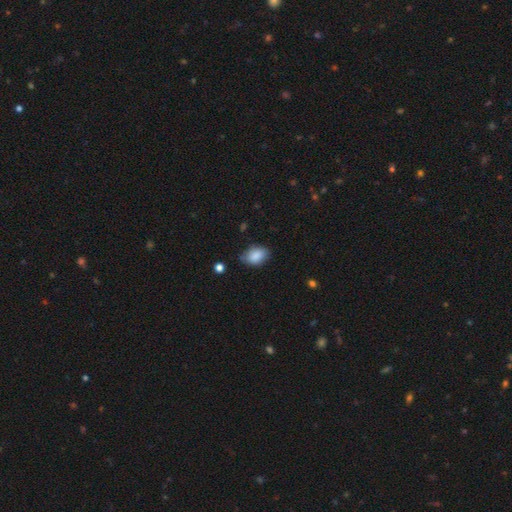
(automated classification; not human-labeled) smooth_or_featured: smooth (p=0.86) [alt: star or artifact p=0.07]
how_rounded: in between (p=0.86) [alt: round p=0.13]
merging: none (p=0.72) [alt: minor disturbance p=0.22]